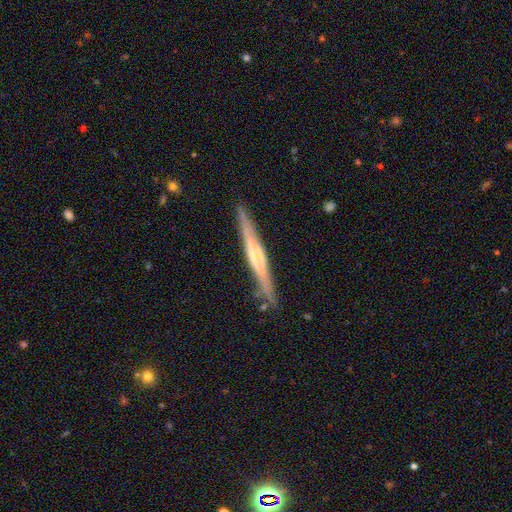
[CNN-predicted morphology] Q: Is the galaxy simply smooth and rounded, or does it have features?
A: featured or disk — 71%.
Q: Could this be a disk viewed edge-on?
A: yes — 97%.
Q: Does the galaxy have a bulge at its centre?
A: rounded — 50%.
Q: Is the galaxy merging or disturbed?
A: none — 88%.